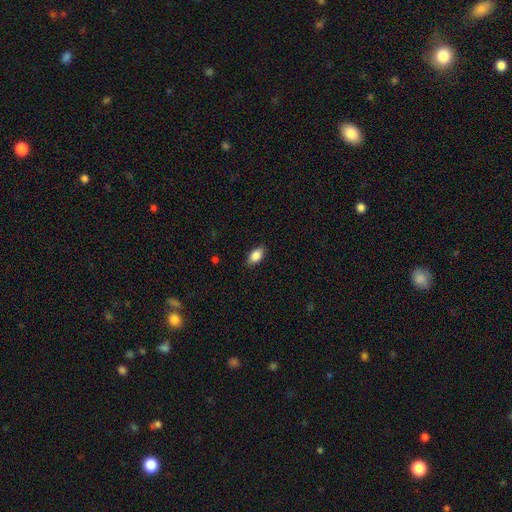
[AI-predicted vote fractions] A smooth galaxy with no disk features (87%) that is in between round and cigar-shaped (90%).

Vote fractions:
- Smooth or featured? smooth: 87% / star or artifact: 7% / featured or disk: 6%
- How rounded? in between: 90% / round: 7% / cigar-shaped: 3%
- Merging? none: 85% / minor disturbance: 12% / major disturbance: 3% / merger: 1%